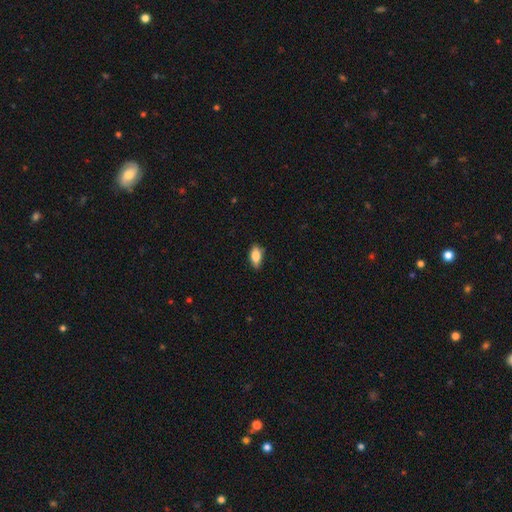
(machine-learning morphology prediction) Smooth or featured? Predicted: smooth (p=0.81). How rounded? Predicted: in between (p=0.86). Merging? Predicted: none (p=0.80).